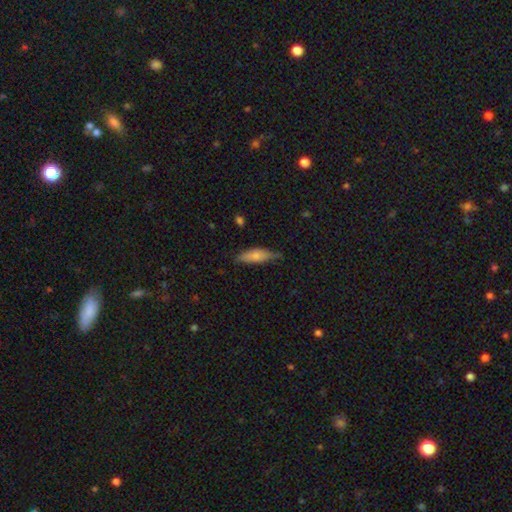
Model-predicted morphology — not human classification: This is likely a smooth galaxy (71%). How rounded: possibly in between (53%). Merging: likely none (60%).